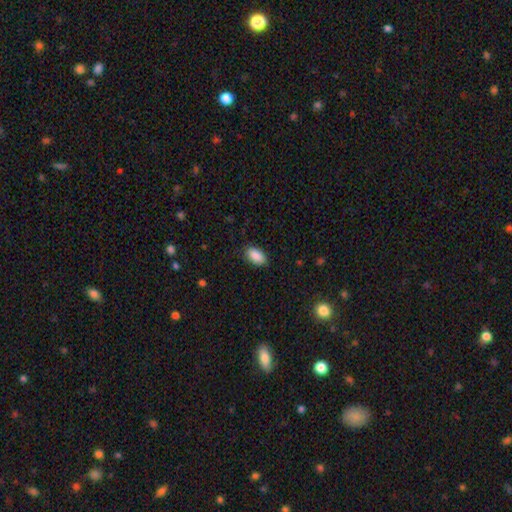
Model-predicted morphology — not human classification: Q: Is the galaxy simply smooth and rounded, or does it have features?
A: smooth — 89%.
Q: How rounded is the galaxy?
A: in between — 93%.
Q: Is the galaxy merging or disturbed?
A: none — 84%.